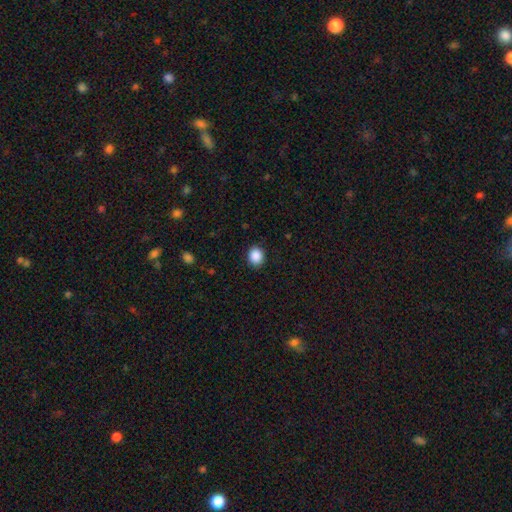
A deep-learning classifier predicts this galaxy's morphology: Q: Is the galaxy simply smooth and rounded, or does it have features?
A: smooth — 89%.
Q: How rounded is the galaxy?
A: round — 68%.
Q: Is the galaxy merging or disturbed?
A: none — 90%.